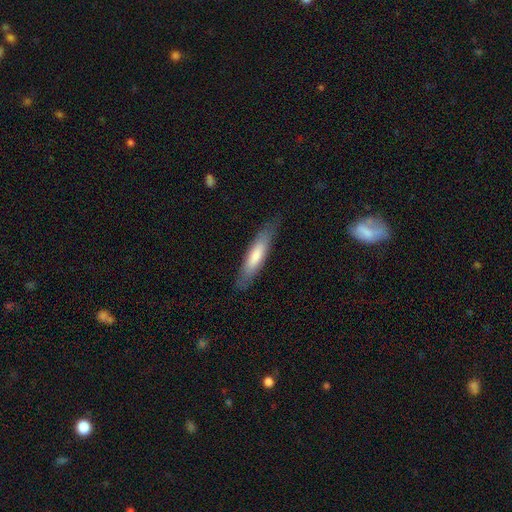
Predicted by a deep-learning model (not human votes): A smooth galaxy with no disk features (72%) that is cigar-shaped (73%).

Vote fractions:
- Smooth or featured? smooth: 72% / featured or disk: 23% / star or artifact: 5%
- How rounded? cigar-shaped: 73% / in between: 26% / round: 1%
- Merging? none: 81% / minor disturbance: 14% / major disturbance: 3% / merger: 1%